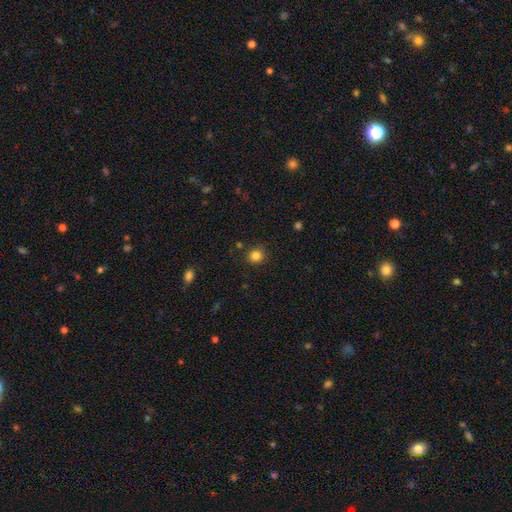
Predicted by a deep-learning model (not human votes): A smooth galaxy with no disk features (83%) that is round (88%). Merging: none (88%).